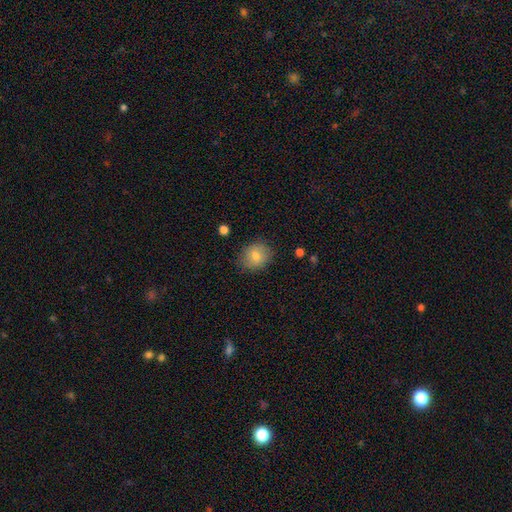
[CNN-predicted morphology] Q: Smooth or featured?
A: smooth (79%); runner-up: featured or disk (12%)
Q: How rounded?
A: round (68%); runner-up: in between (31%)
Q: Merging?
A: none (84%); runner-up: minor disturbance (12%)